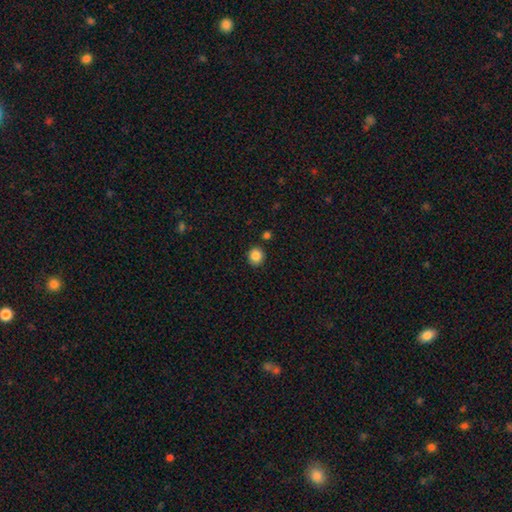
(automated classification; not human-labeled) A smooth galaxy with no disk features (86%) that is round (88%).

Vote fractions:
- Smooth or featured? smooth: 86% / star or artifact: 10% / featured or disk: 4%
- How rounded? round: 88% / in between: 11% / cigar-shaped: 1%
- Merging? none: 87% / minor disturbance: 7% / merger: 4% / major disturbance: 2%